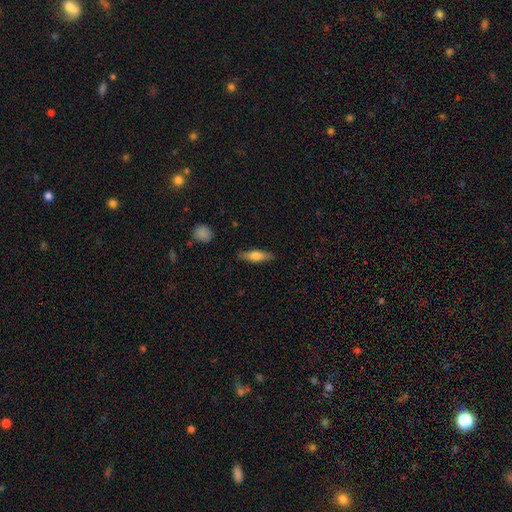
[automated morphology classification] Smooth or featured: smooth — 65% (featured or disk — 28%)
How rounded: cigar-shaped — 54% (in between — 43%)
Merging: none — 85% (minor disturbance — 11%)